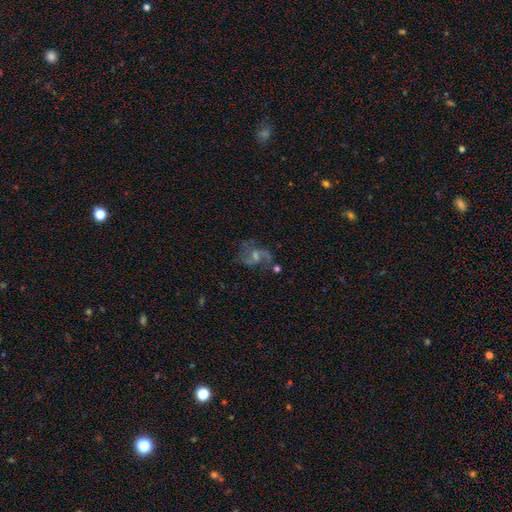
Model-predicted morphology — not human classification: A featured or disk galaxy (71%) with no bar (49%), 2 (70%) loose (57%) spiral arms (88%) and a small central bulge (46%).

Vote fractions:
- Smooth or featured? featured or disk: 71% / star or artifact: 16% / smooth: 13%
- Edge-on disk? no: 97% / yes: 3%
- Bar? no: 49% / weak: 42% / strong: 9%
- Spiral arms? yes: 88% / no: 12%
- Spiral winding? loose: 57% / medium: 34% / tight: 9%
- Spiral arm count? 2: 70% / can't tell: 11% / 1: 7% / 3: 6% / 4: 3% / more than 4: 3%
- Bulge size? small: 46% / moderate: 39% / none: 10% / large: 3% / dominant: 1%
- Merging? none: 58% / major disturbance: 19% / minor disturbance: 16% / merger: 7%